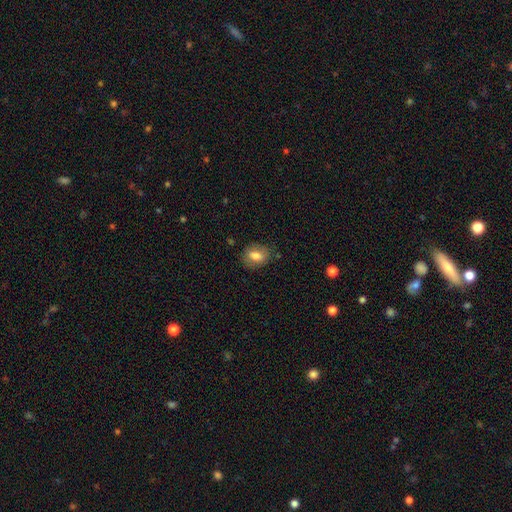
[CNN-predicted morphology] Smooth or featured?
  - smooth: 77% *
  - featured or disk: 16%
  - star or artifact: 8%
How rounded?
  - in between: 74% *
  - round: 25%
  - cigar-shaped: 2%
Merging?
  - none: 78% *
  - minor disturbance: 16%
  - major disturbance: 5%
  - merger: 2%